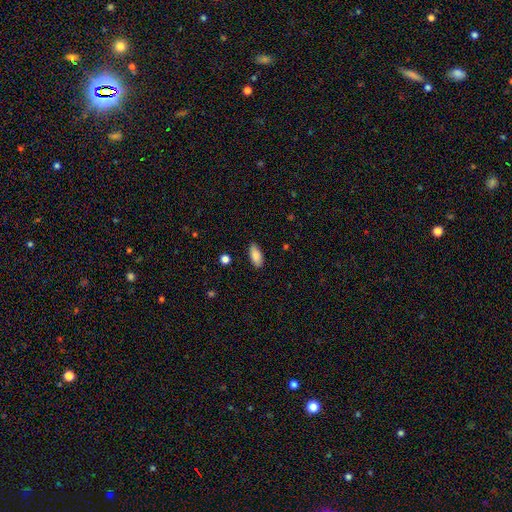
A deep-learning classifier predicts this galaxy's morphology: A smooth galaxy with no disk features (86%) that is in between round and cigar-shaped (85%).

Vote fractions:
- Smooth or featured? smooth: 86% / featured or disk: 8% / star or artifact: 7%
- How rounded? in between: 85% / cigar-shaped: 13% / round: 2%
- Merging? none: 84% / minor disturbance: 12% / major disturbance: 2% / merger: 1%